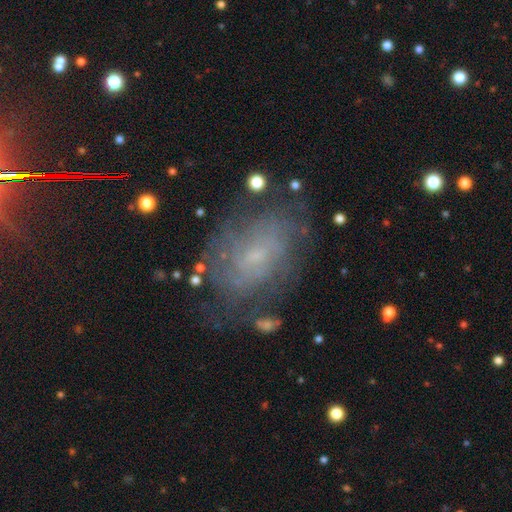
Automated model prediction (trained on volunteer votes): Q: Smooth or featured?
A: featured or disk (64%); runner-up: smooth (23%)
Q: Edge-on disk?
A: no (96%); runner-up: yes (4%)
Q: Bar?
A: no (58%); runner-up: weak (36%)
Q: Spiral arms?
A: yes (78%); runner-up: no (22%)
Q: Bulge size?
A: small (71%); runner-up: moderate (17%)
Q: Merging?
A: none (68%); runner-up: minor disturbance (19%)